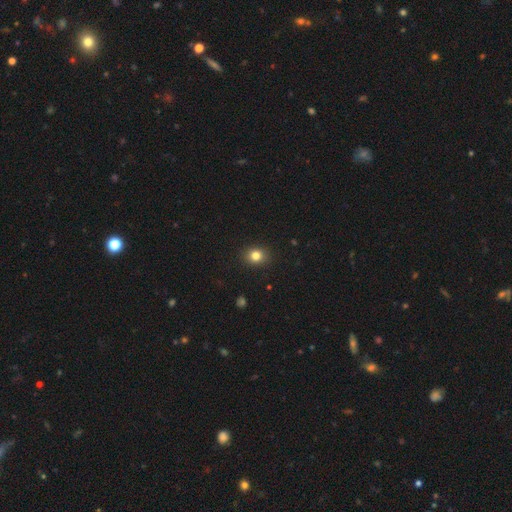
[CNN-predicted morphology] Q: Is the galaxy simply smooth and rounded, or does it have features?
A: smooth — 82%.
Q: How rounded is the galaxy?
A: round — 66%.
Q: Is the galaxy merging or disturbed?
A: none — 90%.